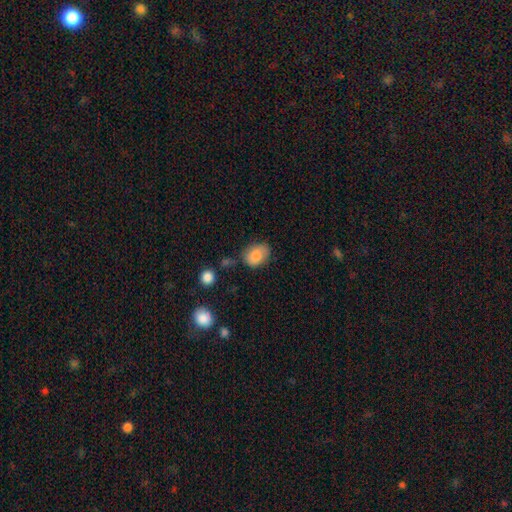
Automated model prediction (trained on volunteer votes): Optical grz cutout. It shows a smooth galaxy with no disk features (81%) that is in between round and cigar-shaped (71%). Merging: none (63%).